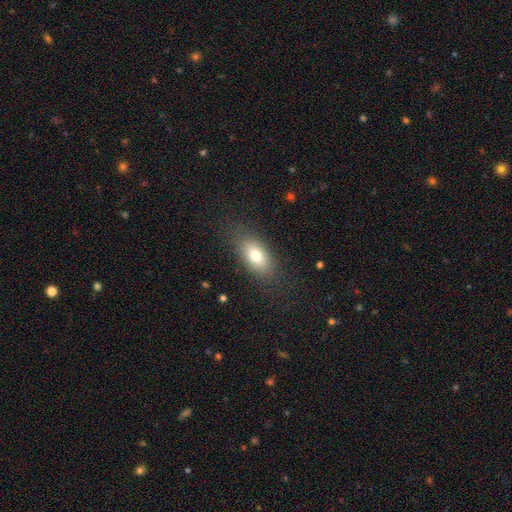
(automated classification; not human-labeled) smooth_or_featured: smooth (p=0.76) [alt: featured or disk p=0.16]
how_rounded: in between (p=0.86) [alt: round p=0.07]
merging: none (p=0.80) [alt: minor disturbance p=0.13]